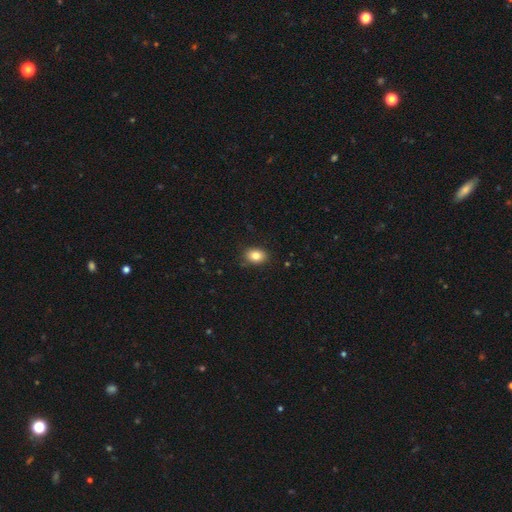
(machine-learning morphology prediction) The model was most divided on "how rounded": in between: 73%, round: 26%, cigar-shaped: 1%. More confident: merging — none (85%); smooth or featured — smooth (83%).